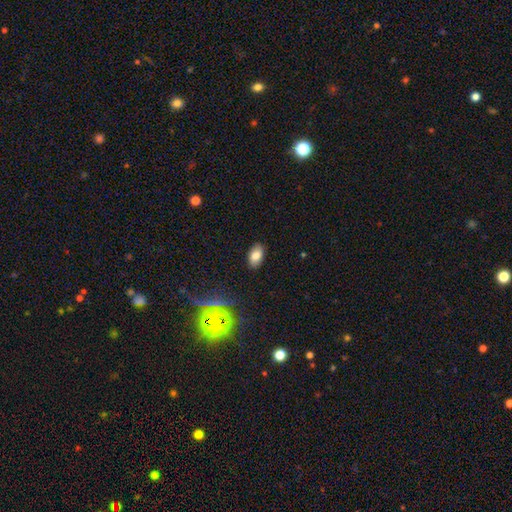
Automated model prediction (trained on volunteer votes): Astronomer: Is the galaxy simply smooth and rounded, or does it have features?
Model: smooth — 80%.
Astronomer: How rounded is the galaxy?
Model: in between — 92%.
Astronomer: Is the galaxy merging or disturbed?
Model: none — 88%.